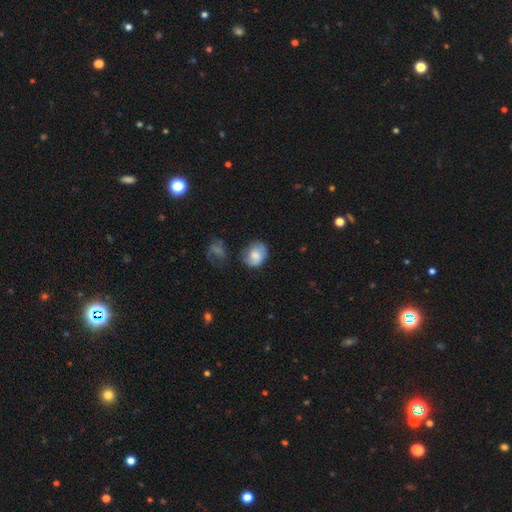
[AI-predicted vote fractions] This is likely a smooth galaxy (71%). How rounded: possibly round (51%). Merging: possibly none (49%).